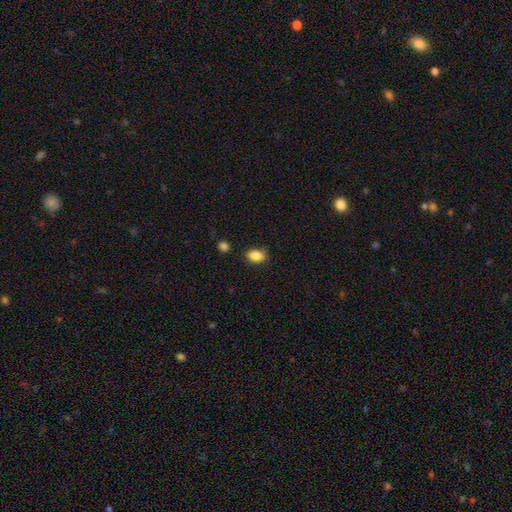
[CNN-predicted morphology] Smooth or featured? Predicted: smooth (p=0.86). How rounded? Predicted: in between (p=0.82). Merging? Predicted: none (p=0.77).